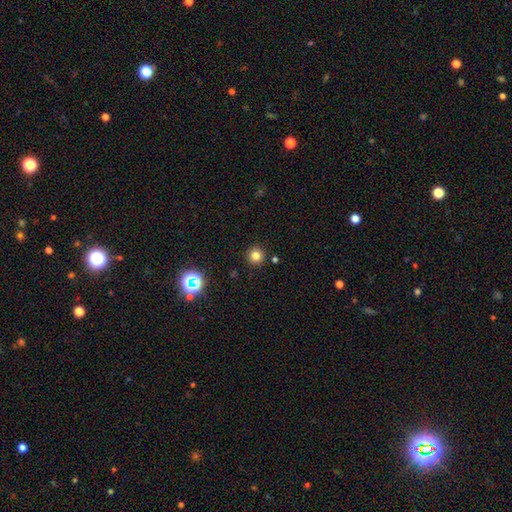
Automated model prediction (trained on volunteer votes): Smooth or featured: smooth — 78% (star or artifact — 16%)
How rounded: round — 95% (in between — 4%)
Merging: none — 90% (minor disturbance — 5%)